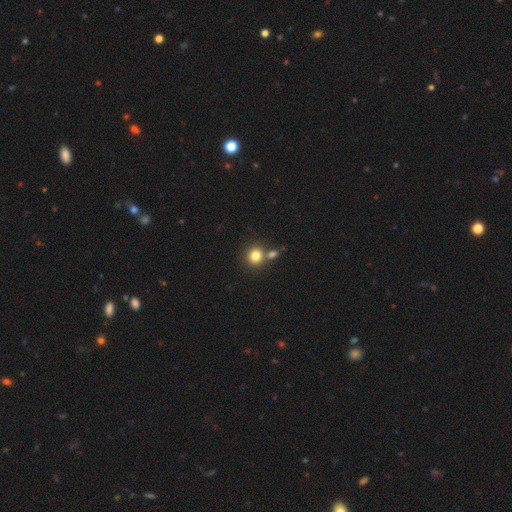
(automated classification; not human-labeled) Smooth or featured? Predicted: smooth (p=0.82). How rounded? Predicted: round (p=0.86). Merging? Predicted: none (p=0.64).